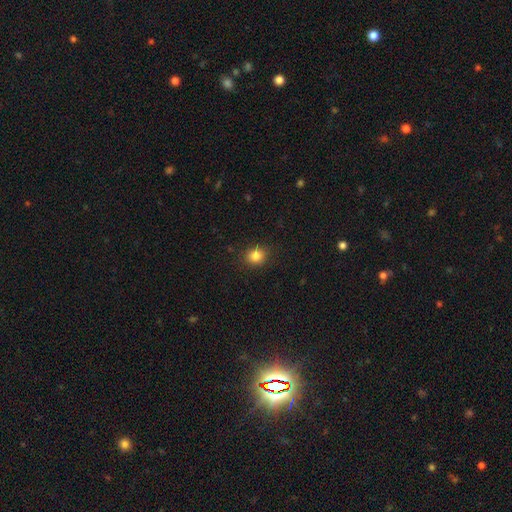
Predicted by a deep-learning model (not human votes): smooth 84%, star or artifact 11%, featured or disk 5%. Down the decision tree: how rounded — round (74%); merging — none (88%).